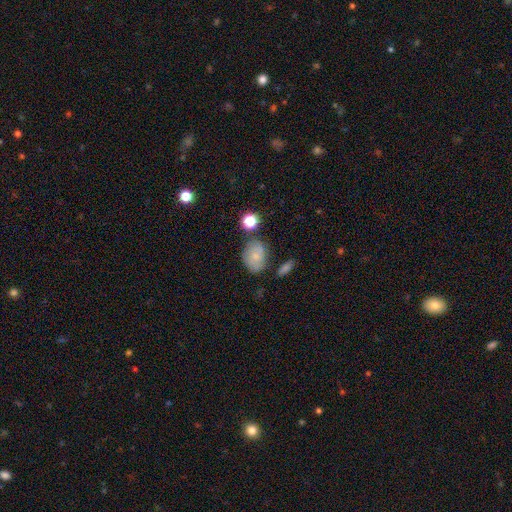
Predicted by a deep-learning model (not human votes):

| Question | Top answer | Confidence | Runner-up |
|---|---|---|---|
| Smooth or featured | smooth | 69% | featured or disk (21%) |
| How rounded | in between | 67% | round (32%) |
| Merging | none | 63% | minor disturbance (20%) |